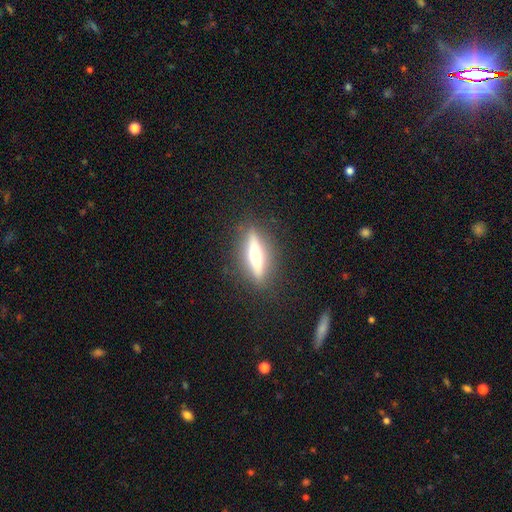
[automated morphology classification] smooth-or-featured: featured or disk: 59% | smooth: 34% | star or artifact: 7%
  disk-edge-on: yes: 91% | no: 9%
    edge-on-bulge: rounded: 91% | none: 5% | boxy: 4%
  merging: none: 87% | minor disturbance: 9% | major disturbance: 3% | merger: 1%